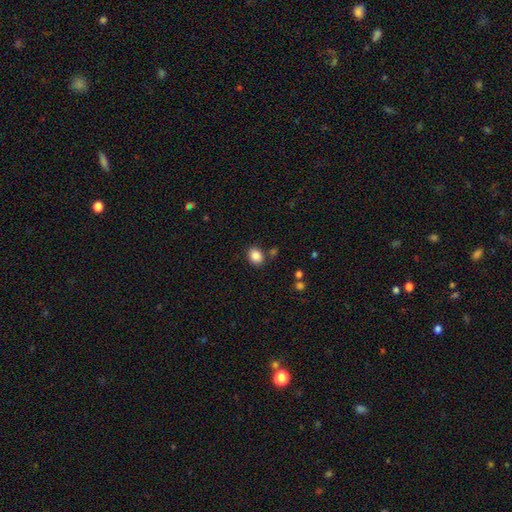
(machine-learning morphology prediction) This is clearly a smooth galaxy (86%). How rounded: possibly round (53%). Merging: clearly none (81%).